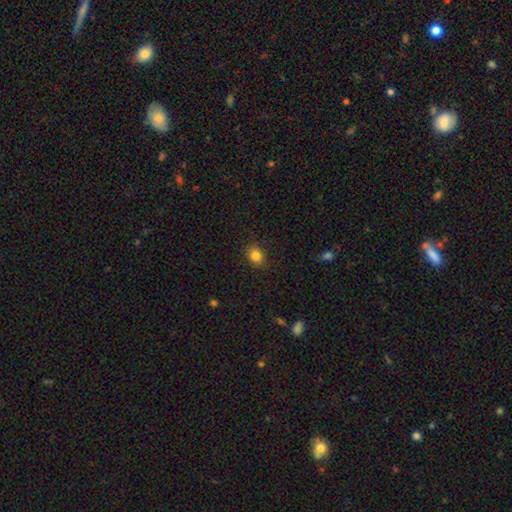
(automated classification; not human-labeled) smooth 84%, star or artifact 11%, featured or disk 6%. Down the decision tree: how rounded — round (52%); merging — none (86%).